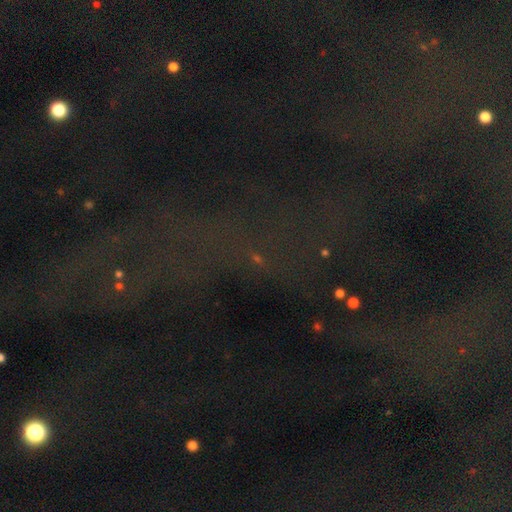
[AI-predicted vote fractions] Q: Smooth or featured?
A: star or artifact (70%); runner-up: smooth (15%)